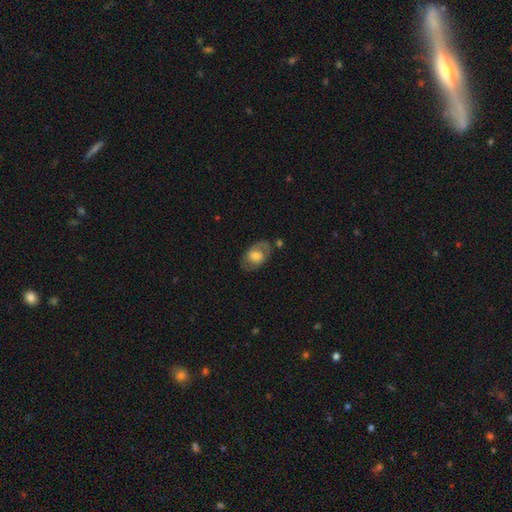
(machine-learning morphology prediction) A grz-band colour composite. It shows a smooth galaxy with no disk features (48%). Merging: none (66%).